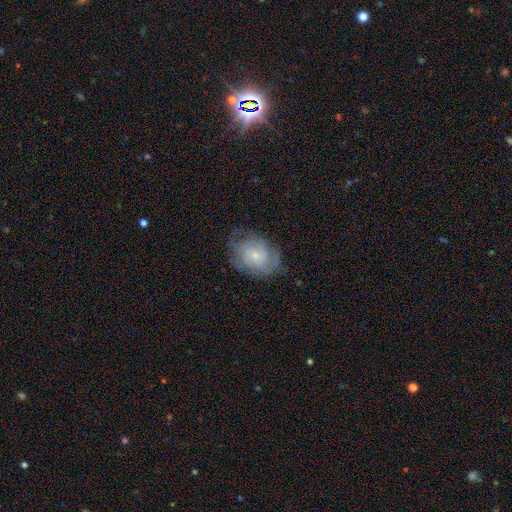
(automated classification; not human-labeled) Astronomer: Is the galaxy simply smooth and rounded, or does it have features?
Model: featured or disk — 57% (runner-up: smooth, 36%).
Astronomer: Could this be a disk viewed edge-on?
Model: no — 97%.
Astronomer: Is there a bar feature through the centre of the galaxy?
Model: no — 75%.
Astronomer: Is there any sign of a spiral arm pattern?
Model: yes — 82%.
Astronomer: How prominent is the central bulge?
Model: small — 69%.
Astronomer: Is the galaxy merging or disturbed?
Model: none — 64%.